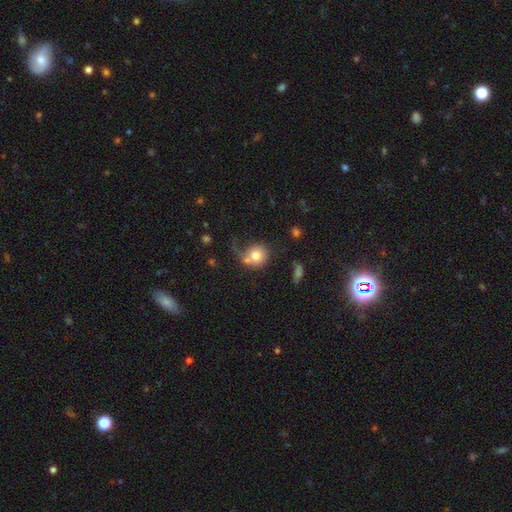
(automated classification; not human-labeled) Q: Smooth or featured?
A: smooth (73%); runner-up: featured or disk (19%)
Q: How rounded?
A: round (84%); runner-up: in between (15%)
Q: Merging?
A: none (39%); runner-up: major disturbance (23%)